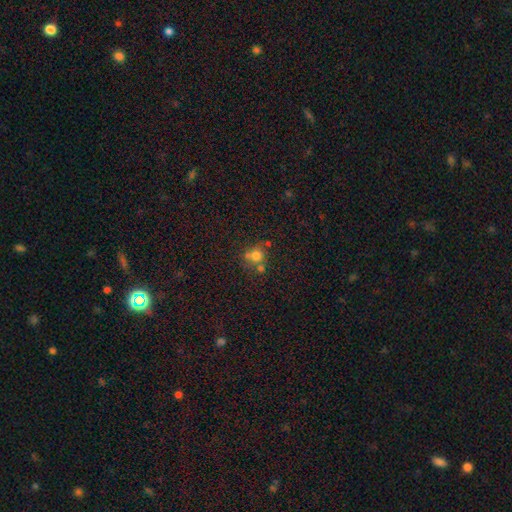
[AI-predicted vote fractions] A smooth galaxy with no disk features (71%) that is round (80%).

Vote fractions:
- Smooth or featured? smooth: 71% / star or artifact: 16% / featured or disk: 13%
- How rounded? round: 80% / in between: 19% / cigar-shaped: 1%
- Merging? none: 50% / merger: 30% / minor disturbance: 14% / major disturbance: 6%